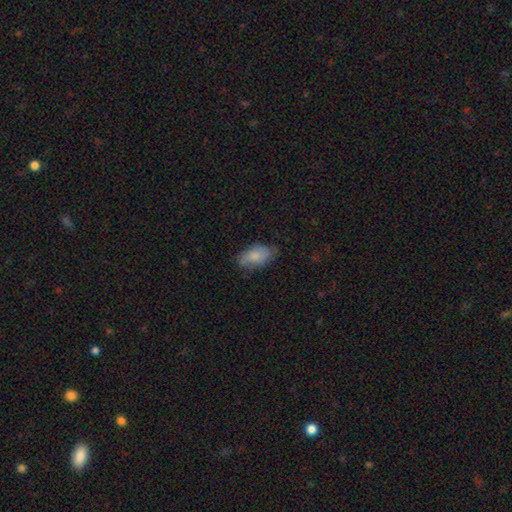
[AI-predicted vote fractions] smooth-or-featured: smooth: 74% | featured or disk: 19% | star or artifact: 6%
  how-rounded: in between: 92% | cigar-shaped: 4% | round: 4%
  merging: none: 70% | minor disturbance: 24% | major disturbance: 5% | merger: 1%